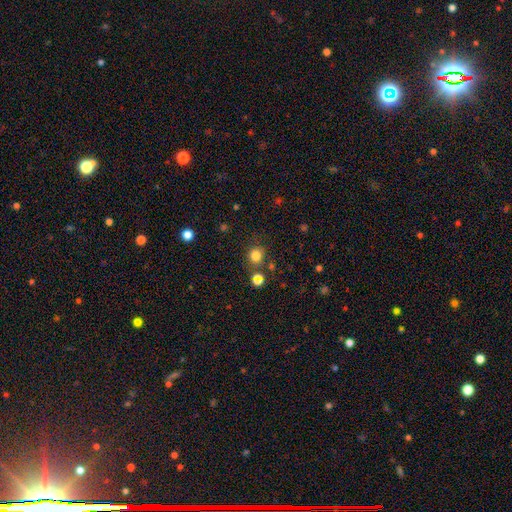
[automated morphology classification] This appears to be a smooth galaxy with no disk features (80%) that is round (86%). Merging: none (78%).